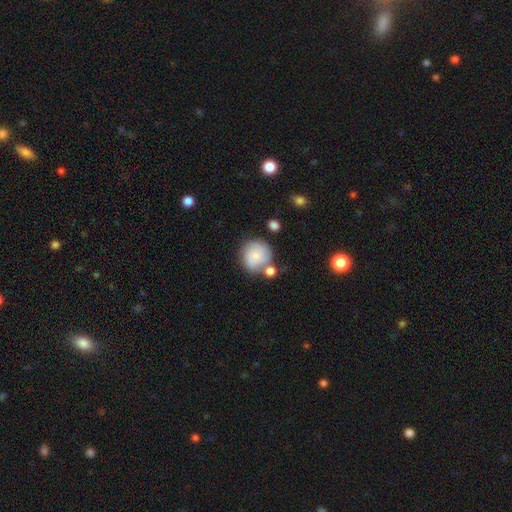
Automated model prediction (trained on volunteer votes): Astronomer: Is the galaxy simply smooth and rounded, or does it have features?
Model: smooth — 76%.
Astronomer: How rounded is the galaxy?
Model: round — 87%.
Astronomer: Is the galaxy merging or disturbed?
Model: none — 54%.